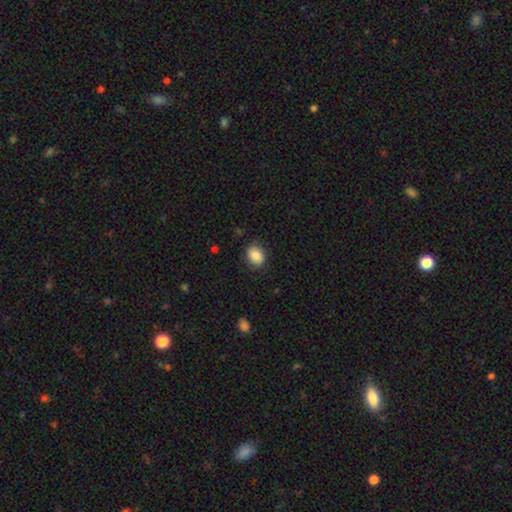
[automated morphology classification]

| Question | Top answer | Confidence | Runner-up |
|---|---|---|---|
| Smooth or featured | smooth | 85% | star or artifact (8%) |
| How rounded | in between | 61% | round (38%) |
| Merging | none | 82% | minor disturbance (14%) |